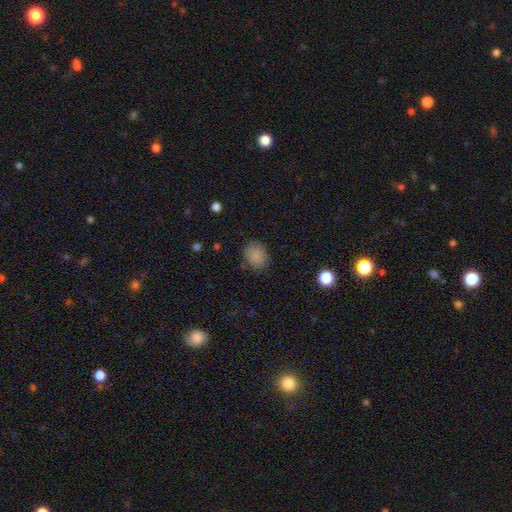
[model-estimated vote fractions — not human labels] A smooth galaxy with no disk features (85%) that is round (58%). Merging: none (83%).